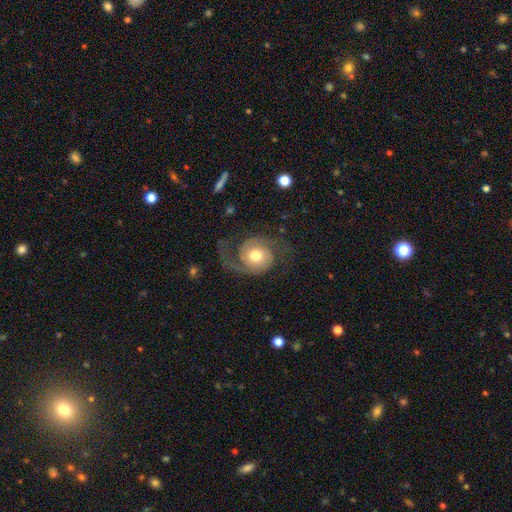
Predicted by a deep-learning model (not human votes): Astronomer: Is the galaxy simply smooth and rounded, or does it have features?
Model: featured or disk — 82%.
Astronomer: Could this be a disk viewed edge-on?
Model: no — 98%.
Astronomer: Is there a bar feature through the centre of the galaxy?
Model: no — 70%.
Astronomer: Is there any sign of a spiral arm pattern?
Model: yes — 96%.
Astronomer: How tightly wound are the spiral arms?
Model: medium — 47% (runner-up: loose, 33%).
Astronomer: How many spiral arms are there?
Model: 2 — 89%.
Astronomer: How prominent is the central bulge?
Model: moderate — 70%.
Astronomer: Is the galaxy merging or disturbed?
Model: none — 67%.